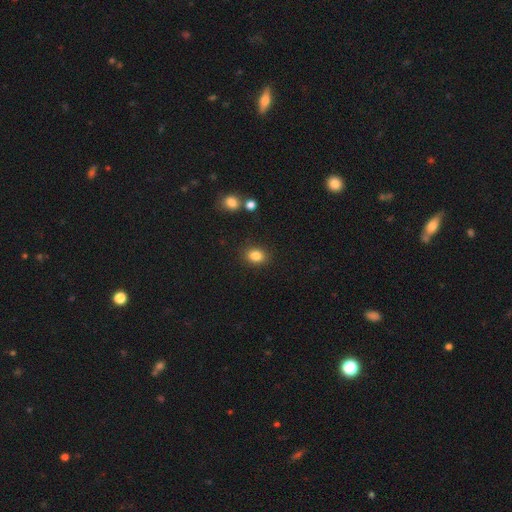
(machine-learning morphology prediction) Overall: smooth (84%). How rounded: in between (58%; round 41%). Merging: none (86%).